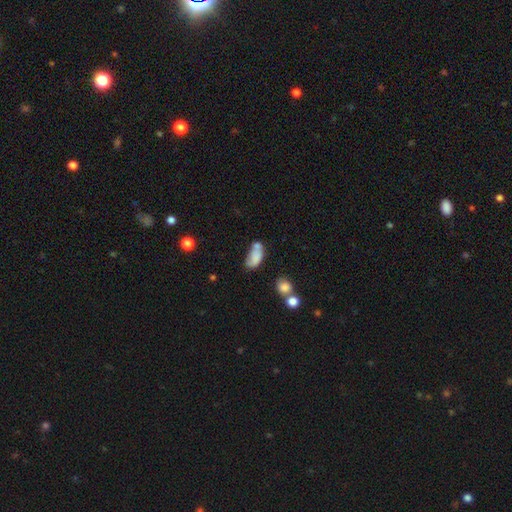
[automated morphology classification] Q: Smooth or featured?
A: smooth (71%); runner-up: featured or disk (20%)
Q: How rounded?
A: in between (90%); runner-up: round (6%)
Q: Merging?
A: merger (32%); runner-up: none (31%)